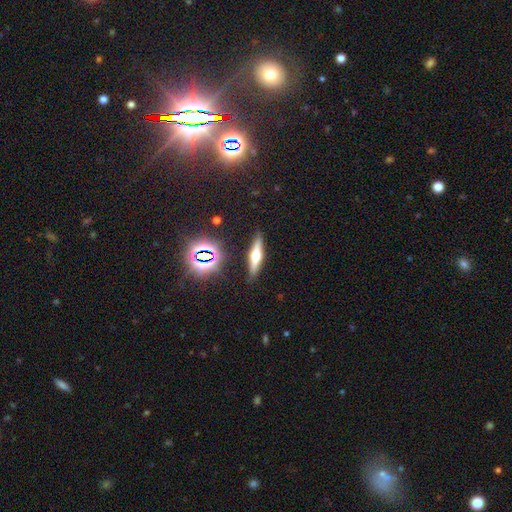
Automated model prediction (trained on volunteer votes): Q: Smooth or featured?
A: featured or disk (58%); runner-up: smooth (30%)
Q: Edge-on disk?
A: yes (95%); runner-up: no (5%)
Q: Edge-on bulge?
A: rounded (92%); runner-up: boxy (5%)
Q: Merging?
A: none (88%); runner-up: minor disturbance (8%)